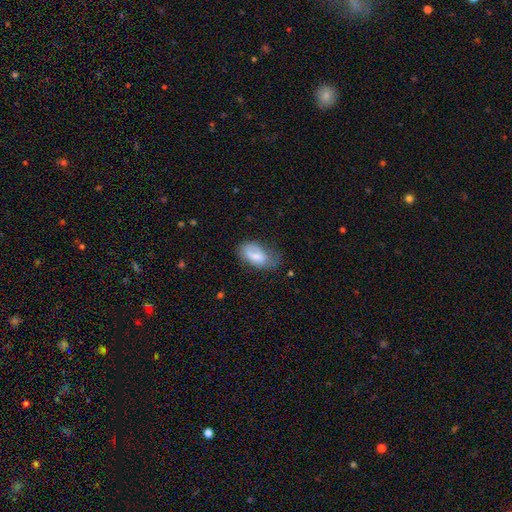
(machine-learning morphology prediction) Smooth or featured?
  - smooth: 69% *
  - featured or disk: 24%
  - star or artifact: 7%
How rounded?
  - in between: 91% *
  - round: 4%
  - cigar-shaped: 4%
Merging?
  - none: 43% *
  - minor disturbance: 36%
  - major disturbance: 19%
  - merger: 3%